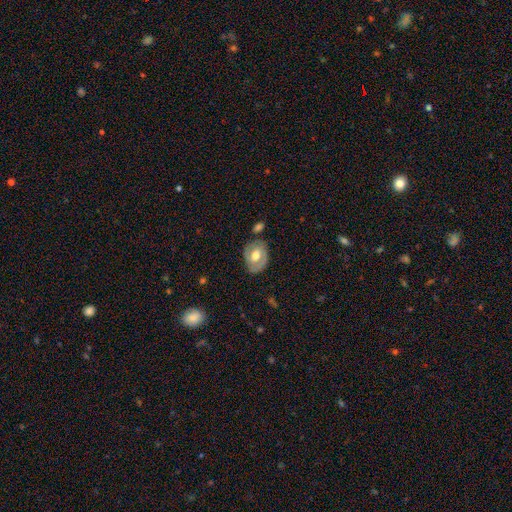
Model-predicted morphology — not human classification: This appears to be a featured or disk galaxy (54%) with no bar (56%), spiral arms (55%) and a moderate central bulge (69%). Merging: none (71%).